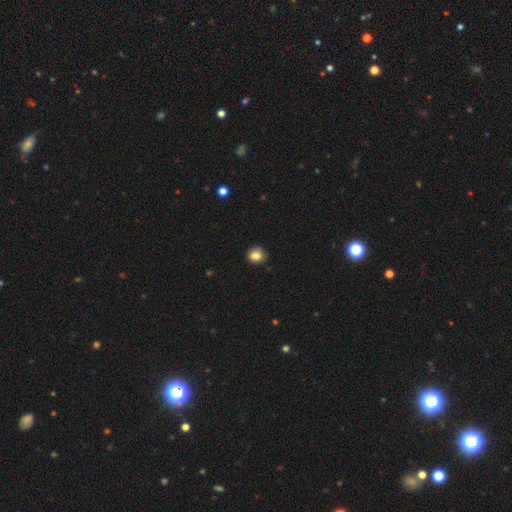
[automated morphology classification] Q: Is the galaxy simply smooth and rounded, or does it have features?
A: smooth — 83%.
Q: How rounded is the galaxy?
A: round — 75%.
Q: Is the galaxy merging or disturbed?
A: none — 87%.